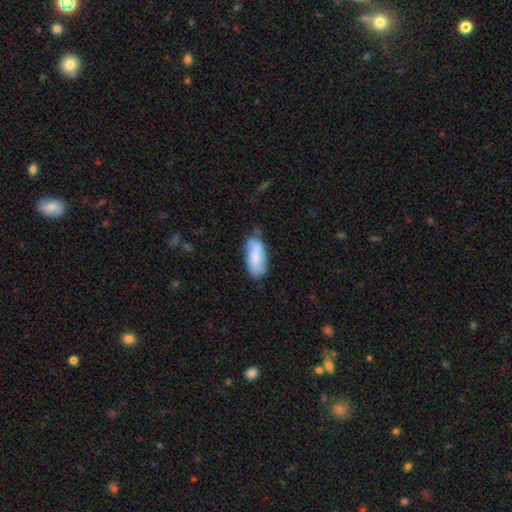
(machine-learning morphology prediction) Smooth or featured?
  - smooth: 72% *
  - featured or disk: 22%
  - star or artifact: 7%
How rounded?
  - in between: 85% *
  - cigar-shaped: 13%
  - round: 2%
Merging?
  - none: 56% *
  - minor disturbance: 31%
  - major disturbance: 8%
  - merger: 5%